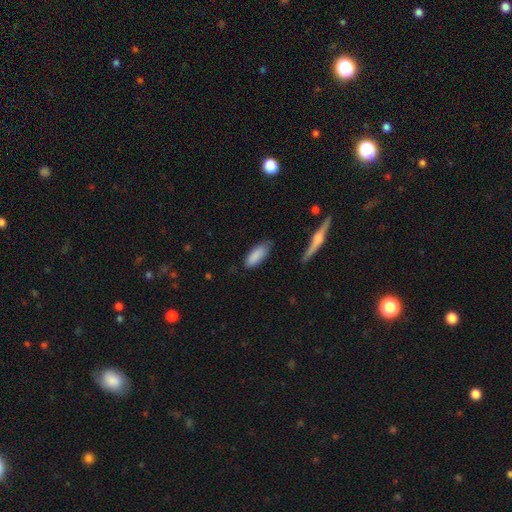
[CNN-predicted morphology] The model was most divided on "merging": none: 72%, minor disturbance: 22%, major disturbance: 4%, merger: 3%. More confident: smooth or featured — smooth (86%); how rounded — in between (77%).